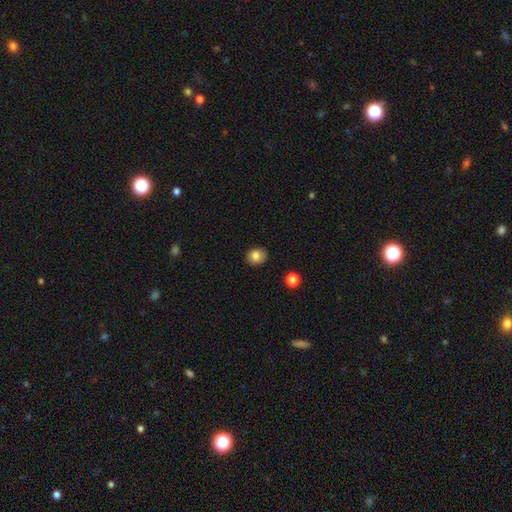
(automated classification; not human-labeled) Morphology: type=smooth (83%); roundness=round (69%); merging=none (88%).